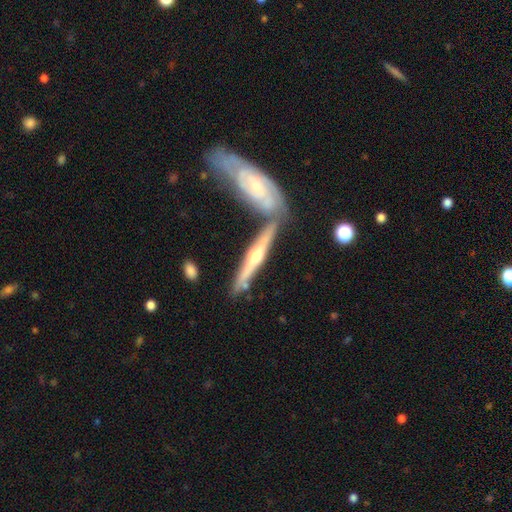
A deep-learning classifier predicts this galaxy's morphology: Smooth or featured? featured or disk (77%)
Edge-on disk? yes (91%)
Edge-on bulge? rounded (86%)
Merging? none (60%)